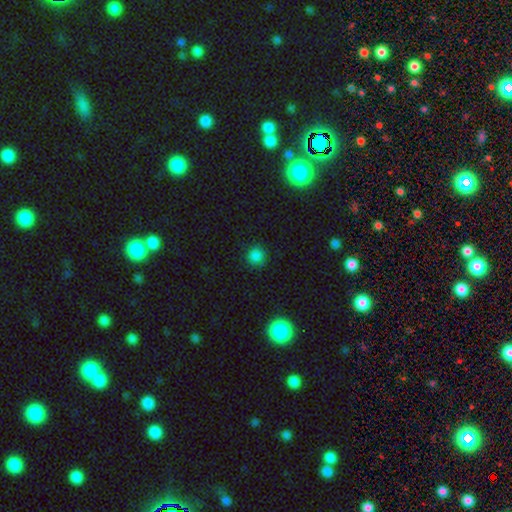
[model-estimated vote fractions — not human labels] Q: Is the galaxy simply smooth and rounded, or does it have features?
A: smooth — 82%.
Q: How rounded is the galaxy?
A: round — 92%.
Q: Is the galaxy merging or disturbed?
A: none — 87%.